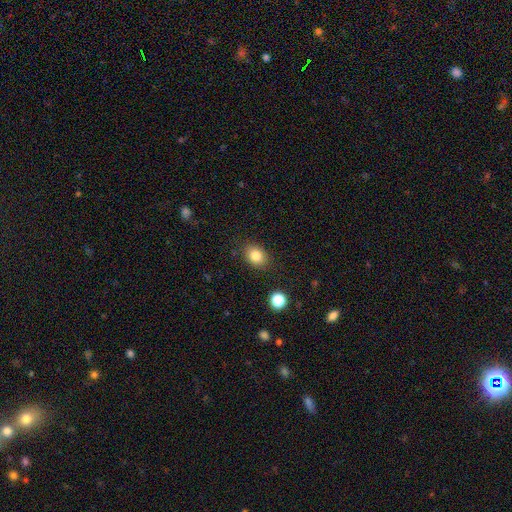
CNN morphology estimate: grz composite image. It shows a smooth galaxy with no disk features (82%) that is in between round and cigar-shaped (59%). Merging: none (85%).